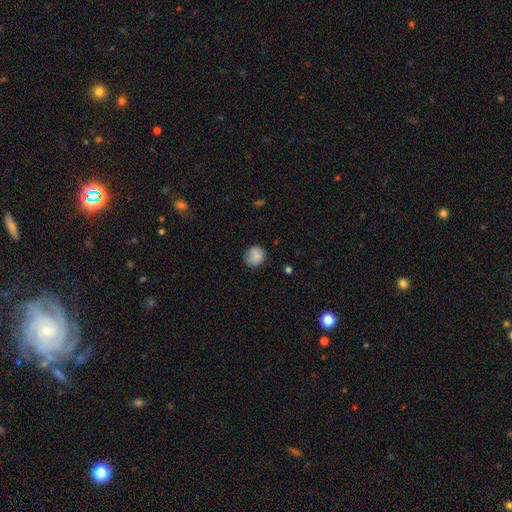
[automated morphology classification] This is clearly a smooth galaxy (87%). How rounded: clearly round (85%). Merging: clearly none (81%).